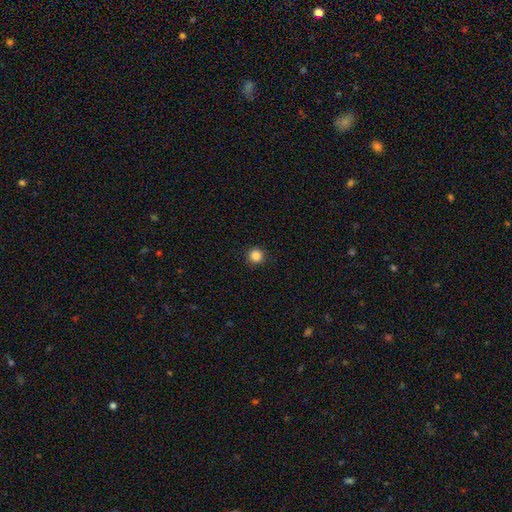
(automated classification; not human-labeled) smooth_or_featured: smooth (p=0.86) [alt: star or artifact p=0.11]
how_rounded: round (p=0.95) [alt: in between p=0.04]
merging: none (p=0.92) [alt: minor disturbance p=0.05]